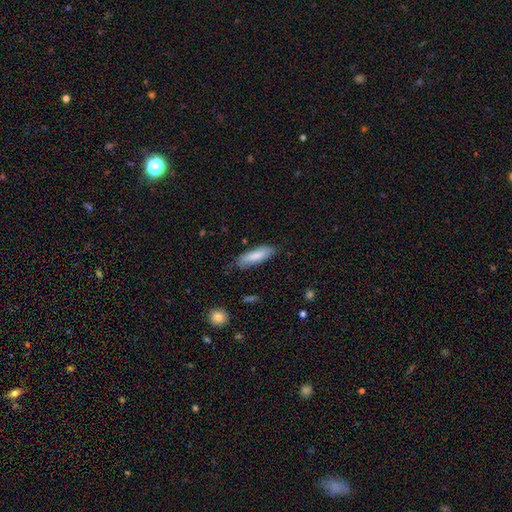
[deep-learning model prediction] The model was most divided on "how rounded": cigar-shaped: 57%, in between: 41%, round: 1%. More confident: smooth or featured — smooth (83%); merging — none (76%).